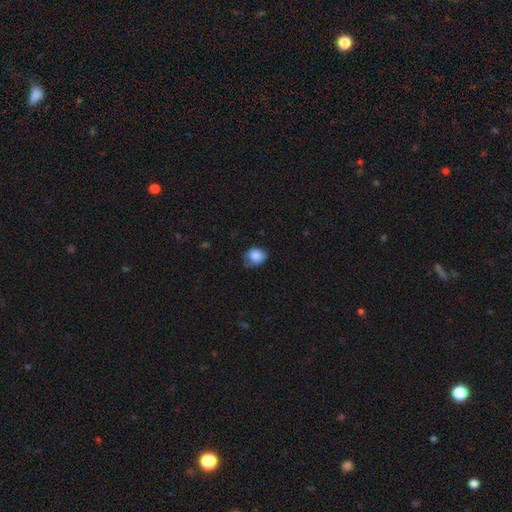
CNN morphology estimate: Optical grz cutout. It shows a smooth galaxy with no disk features (84%) that is round (61%). Merging: none (49%).